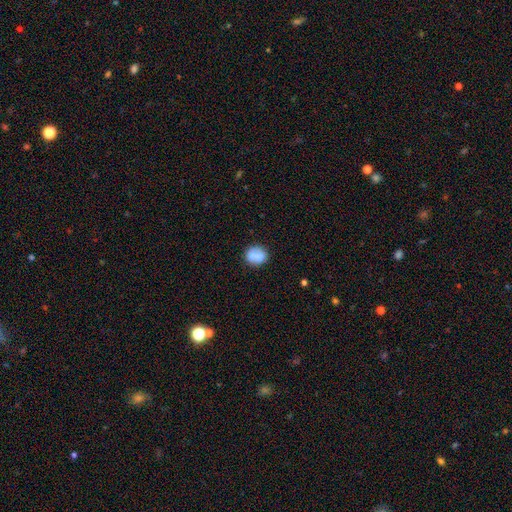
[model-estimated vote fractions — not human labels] Overall: smooth (81%). How rounded: round (72%). Merging: none (78%).